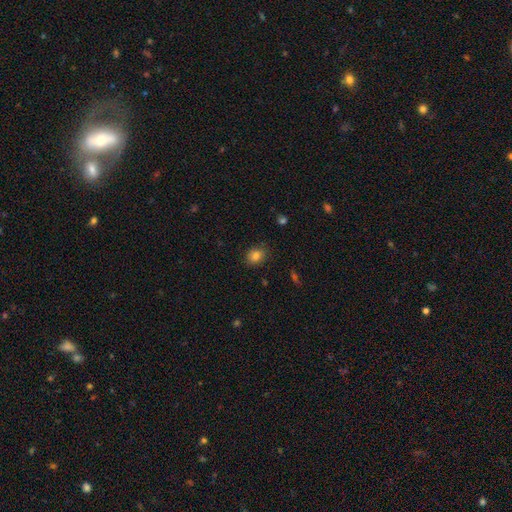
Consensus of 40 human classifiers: Smooth or featured?
  - smooth: 88% *
  - star or artifact: 10%
  - featured or disk: 2%
How rounded?
  - in between: 51% *
  - round: 49%
  - cigar-shaped: 0%
Merging?
  - none: 83% *
  - minor disturbance: 11%
  - major disturbance: 3%
  - merger: 3%